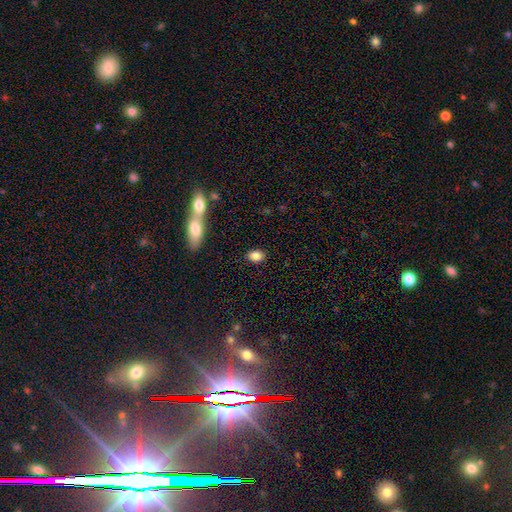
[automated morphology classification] A smooth galaxy with no disk features (86%) that is in between round and cigar-shaped (77%).

Vote fractions:
- Smooth or featured? smooth: 86% / star or artifact: 9% / featured or disk: 5%
- How rounded? in between: 77% / round: 21% / cigar-shaped: 2%
- Merging? none: 84% / minor disturbance: 9% / merger: 5% / major disturbance: 3%